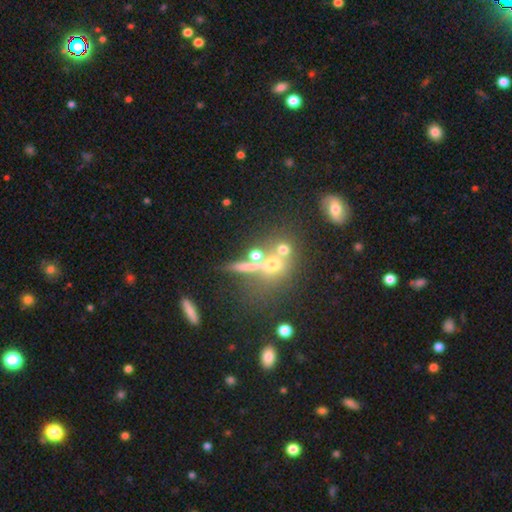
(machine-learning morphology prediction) smooth-or-featured: smooth: 49% | featured or disk: 26% | star or artifact: 25%
  merging: none: 49% | merger: 32% | minor disturbance: 10% | major disturbance: 9%